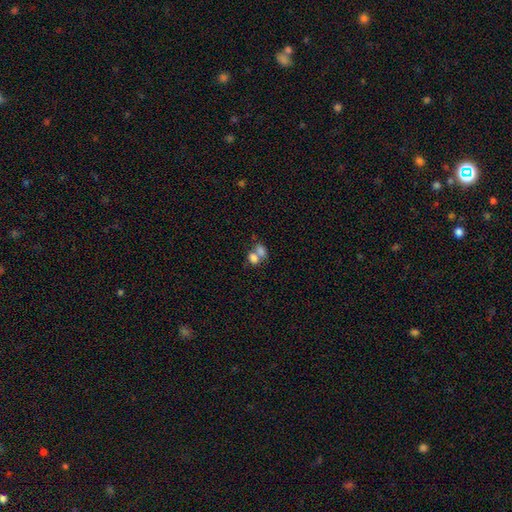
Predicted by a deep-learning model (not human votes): This appears to be a smooth galaxy with no disk features (75%) that is in between round and cigar-shaped (70%). Merging: merger (66%).